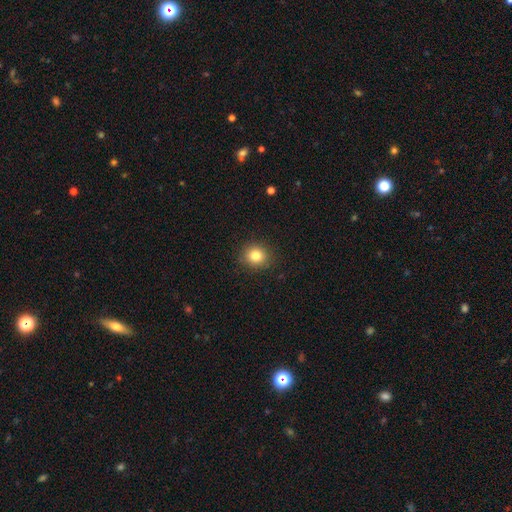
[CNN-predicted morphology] smooth_or_featured: smooth (p=0.81) [alt: star or artifact p=0.11]
how_rounded: round (p=0.84) [alt: in between p=0.15]
merging: none (p=0.89) [alt: minor disturbance p=0.07]